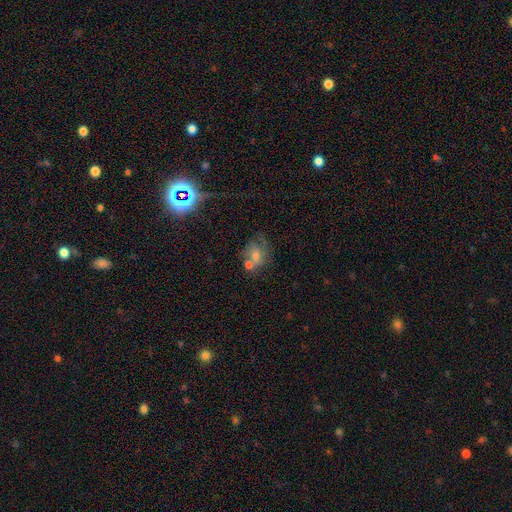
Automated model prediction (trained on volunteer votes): Q: Smooth or featured?
A: featured or disk (43%); runner-up: smooth (29%)
Q: Merging?
A: none (45%); runner-up: merger (23%)